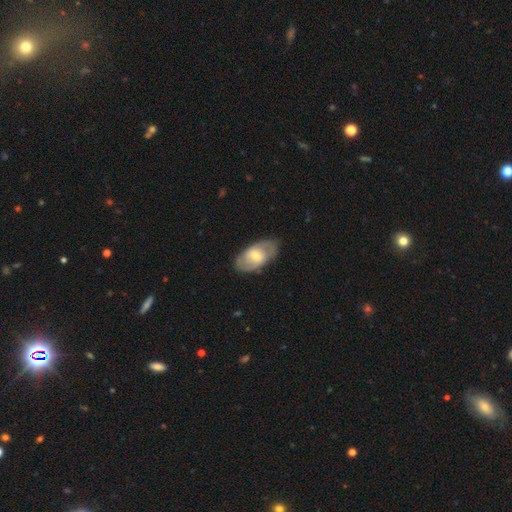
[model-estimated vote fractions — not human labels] featured or disk 58%, smooth 37%, star or artifact 5%. Down the decision tree: edge-on disk — no (92%); bar — weak (46%); spiral arms — yes (66%); bulge size — moderate (60%); merging — none (79%).